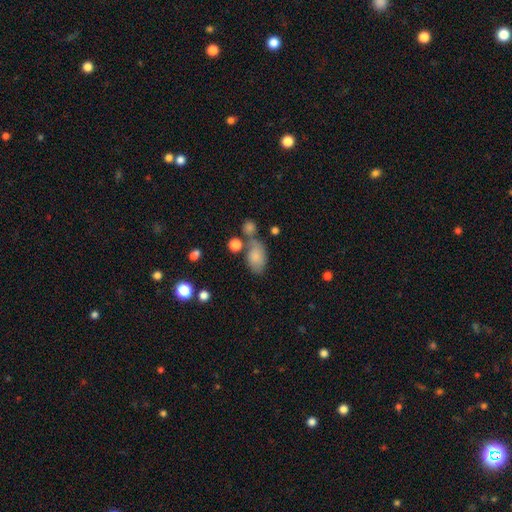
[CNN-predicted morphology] The model was most divided on "merging": none: 46%, minor disturbance: 23%, merger: 21%, major disturbance: 11%. More confident: how rounded — in between (90%); smooth or featured — smooth (75%).